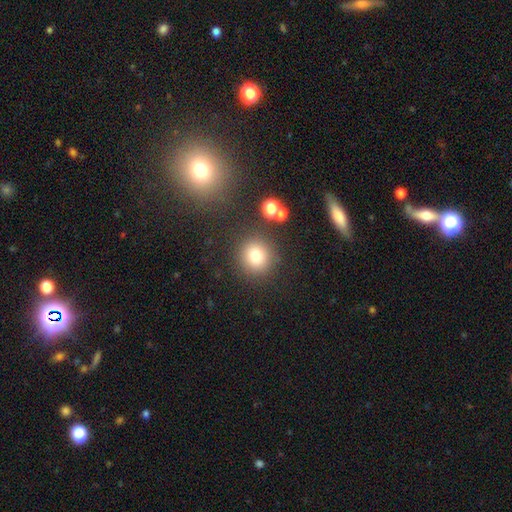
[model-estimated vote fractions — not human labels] Overall: smooth (77%). How rounded: round (92%). Merging: none (84%).